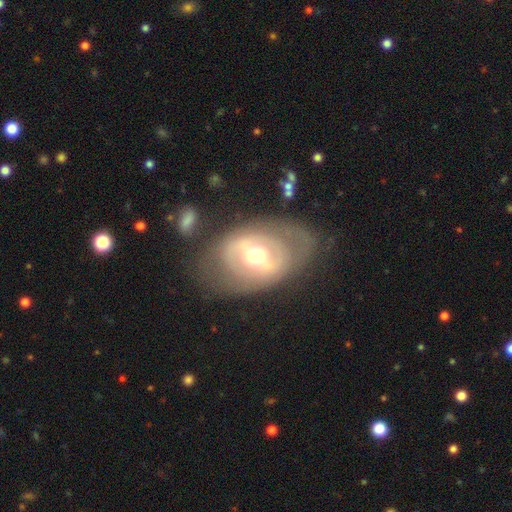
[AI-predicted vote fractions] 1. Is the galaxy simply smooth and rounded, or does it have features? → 72% featured or disk, 22% smooth, 6% star or artifact.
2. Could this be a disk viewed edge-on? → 93% no, 7% yes.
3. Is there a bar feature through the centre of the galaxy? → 43% strong, 37% weak, 21% no.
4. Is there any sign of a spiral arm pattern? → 56% no, 44% yes.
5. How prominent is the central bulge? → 71% moderate, 17% large, 10% small, 1% dominant, 1% none.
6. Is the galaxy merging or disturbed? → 66% none, 18% minor disturbance, 12% major disturbance, 4% merger.